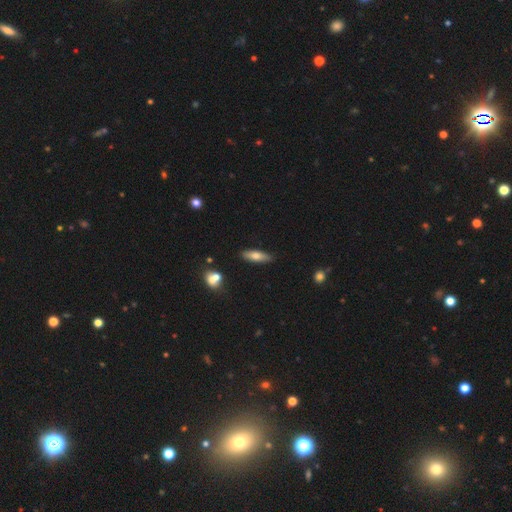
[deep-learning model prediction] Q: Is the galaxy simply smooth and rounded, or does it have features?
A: smooth — 66%.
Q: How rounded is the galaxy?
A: cigar-shaped — 54%.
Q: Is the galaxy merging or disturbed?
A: none — 85%.